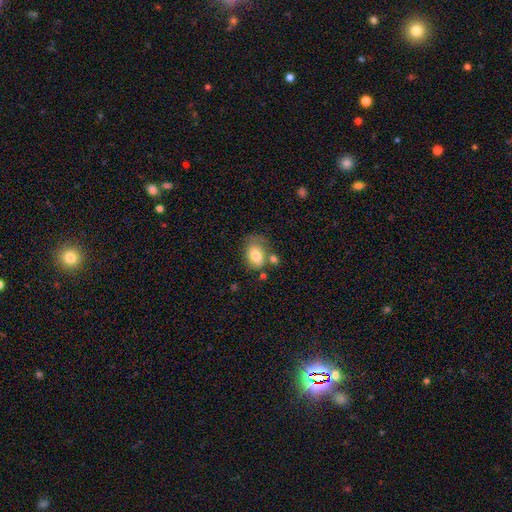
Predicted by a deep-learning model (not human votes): smooth 77%, featured or disk 14%, star or artifact 9%. Down the decision tree: how rounded — in between (72%); merging — none (48%).